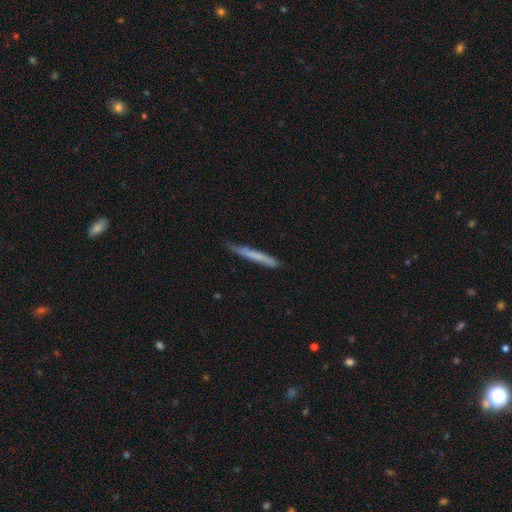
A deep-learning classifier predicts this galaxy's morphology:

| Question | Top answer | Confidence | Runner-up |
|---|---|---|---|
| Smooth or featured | smooth | 62% | featured or disk (32%) |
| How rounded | cigar-shaped | 96% | in between (2%) |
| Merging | none | 73% | minor disturbance (22%) |